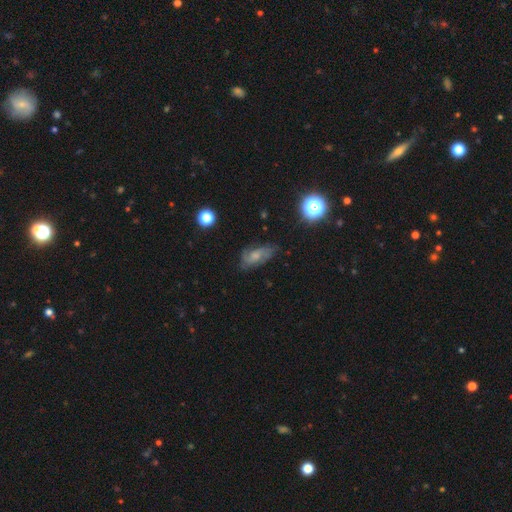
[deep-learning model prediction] This appears to be a featured or disk galaxy (48%). Merging: none (63%).